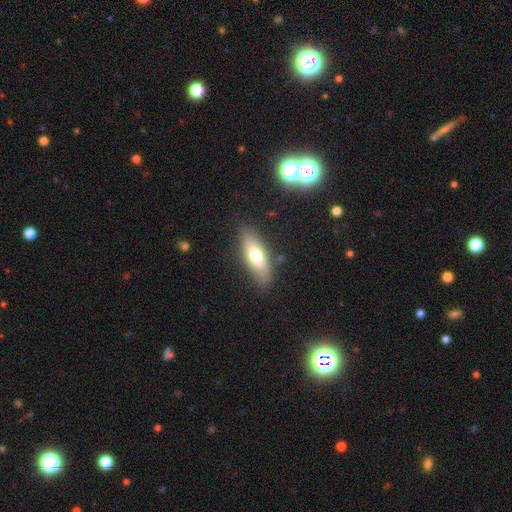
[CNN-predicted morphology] A smooth galaxy with no disk features (67%) that is in between round and cigar-shaped (63%).

Vote fractions:
- Smooth or featured? smooth: 67% / featured or disk: 26% / star or artifact: 7%
- How rounded? in between: 63% / cigar-shaped: 35% / round: 3%
- Merging? none: 83% / minor disturbance: 12% / major disturbance: 3% / merger: 2%